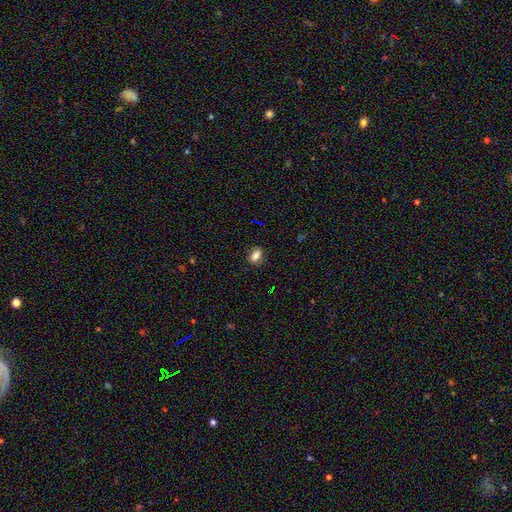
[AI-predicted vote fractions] The model was most divided on "how rounded": in between: 76%, round: 19%, cigar-shaped: 4%. More confident: merging — none (82%); smooth or featured — smooth (81%).